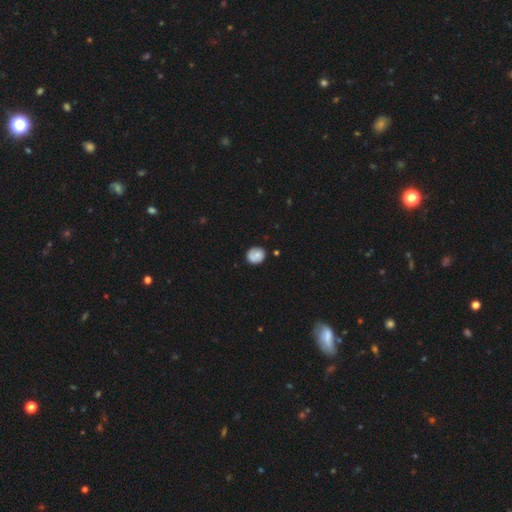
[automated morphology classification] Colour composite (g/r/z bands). It shows a smooth galaxy with no disk features (69%) that is round (75%). Merging: none (72%).